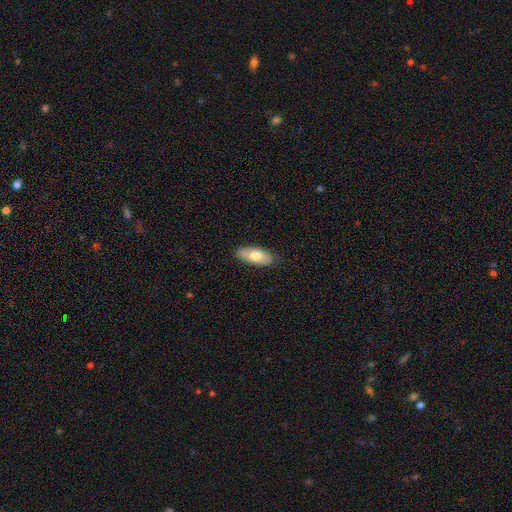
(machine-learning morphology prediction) smooth 73%, featured or disk 21%, star or artifact 6%. Down the decision tree: how rounded — in between (86%); merging — none (87%).